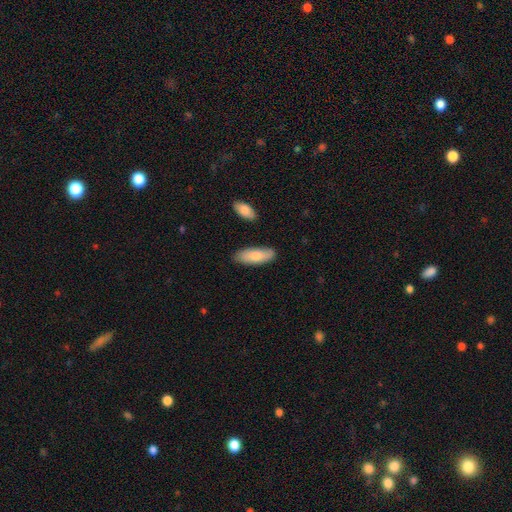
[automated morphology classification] Smooth or featured?
  - smooth: 79% *
  - featured or disk: 15%
  - star or artifact: 6%
How rounded?
  - in between: 71% *
  - cigar-shaped: 27%
  - round: 2%
Merging?
  - none: 82% *
  - minor disturbance: 13%
  - merger: 3%
  - major disturbance: 2%